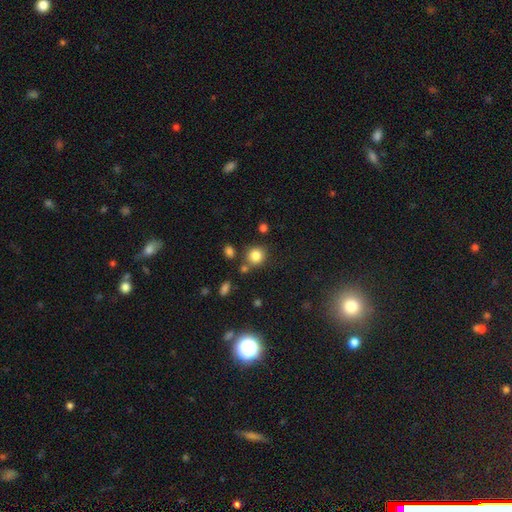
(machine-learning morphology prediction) A smooth galaxy with no disk features (83%) that is round (87%).

Vote fractions:
- Smooth or featured? smooth: 83% / star or artifact: 12% / featured or disk: 6%
- How rounded? round: 87% / in between: 12% / cigar-shaped: 1%
- Merging? none: 76% / merger: 10% / minor disturbance: 10% / major disturbance: 3%